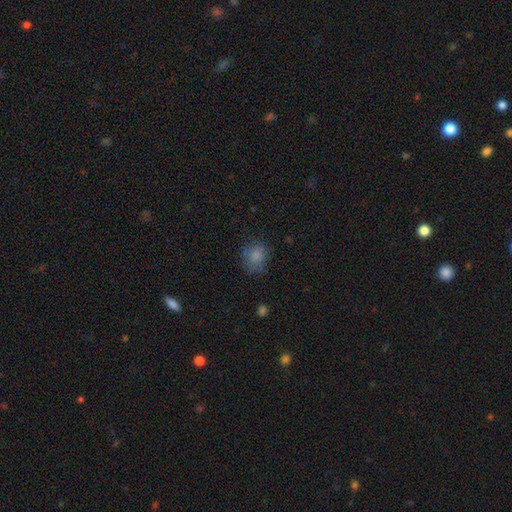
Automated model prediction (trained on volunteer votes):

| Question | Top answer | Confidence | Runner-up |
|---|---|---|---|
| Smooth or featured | smooth | 80% | star or artifact (12%) |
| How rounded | round | 59% | in between (40%) |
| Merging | none | 66% | minor disturbance (23%) |